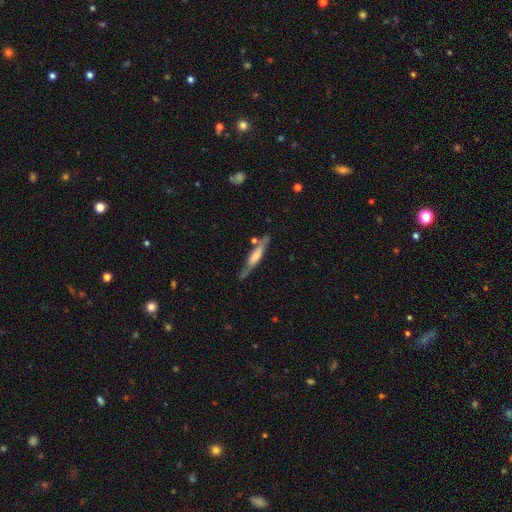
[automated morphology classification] The model was most divided on "smooth or featured": featured or disk: 52%, smooth: 42%, star or artifact: 6%. More confident: edge-on disk — yes (83%); merging — none (68%).